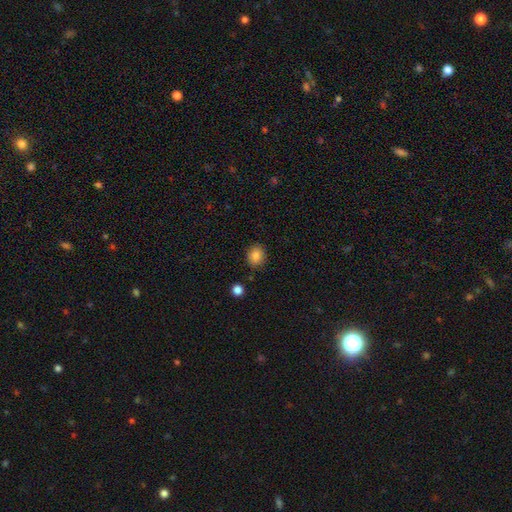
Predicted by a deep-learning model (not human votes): Morphology: type=smooth (85%); roundness=round (68%); merging=none (86%).